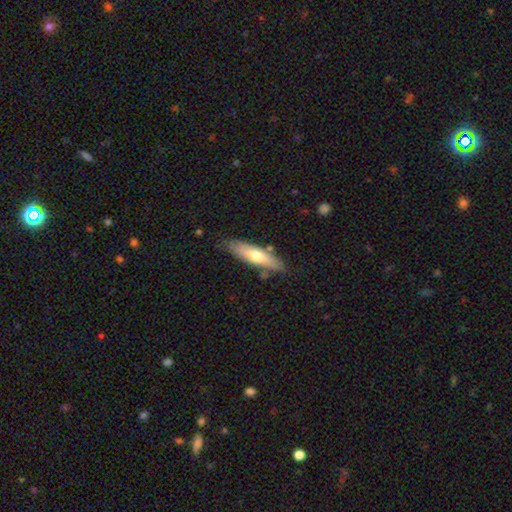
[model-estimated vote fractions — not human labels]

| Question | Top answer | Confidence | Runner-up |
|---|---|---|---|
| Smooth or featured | smooth | 59% | featured or disk (36%) |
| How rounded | cigar-shaped | 62% | in between (36%) |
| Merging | none | 77% | minor disturbance (16%) |